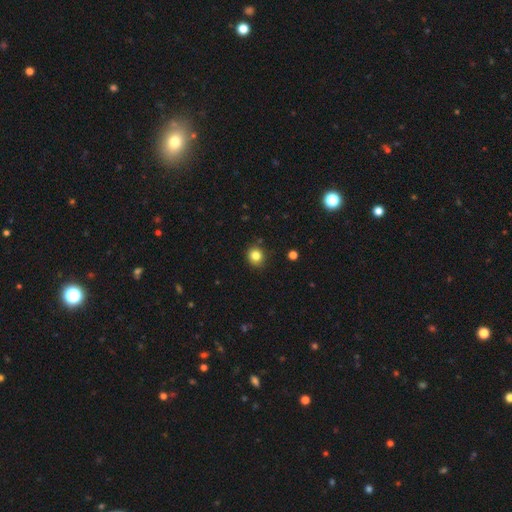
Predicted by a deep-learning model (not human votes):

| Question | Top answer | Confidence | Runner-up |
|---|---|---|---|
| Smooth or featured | smooth | 83% | star or artifact (12%) |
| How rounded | round | 83% | in between (16%) |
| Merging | none | 84% | minor disturbance (12%) |